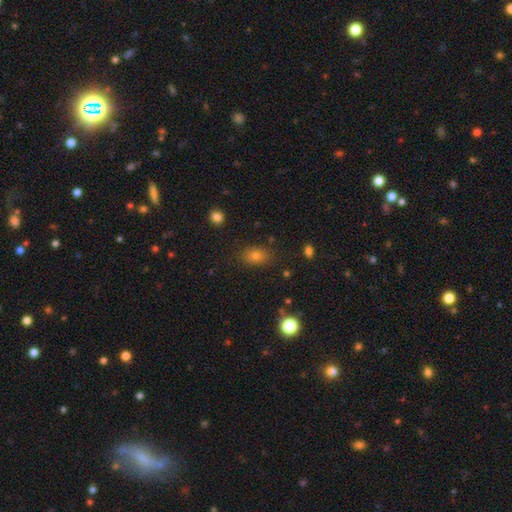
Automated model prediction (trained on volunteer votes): Smooth or featured?
  - smooth: 75% *
  - star or artifact: 17%
  - featured or disk: 9%
How rounded?
  - in between: 76% *
  - round: 21%
  - cigar-shaped: 3%
Merging?
  - none: 84% *
  - minor disturbance: 11%
  - major disturbance: 3%
  - merger: 2%